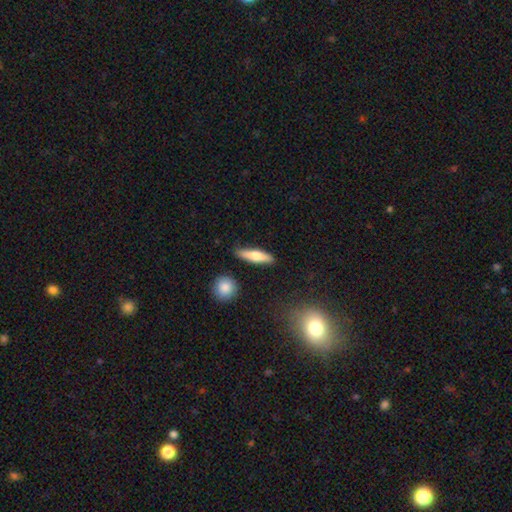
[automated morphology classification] Q: Smooth or featured?
A: smooth (61%); runner-up: featured or disk (33%)
Q: How rounded?
A: cigar-shaped (72%); runner-up: in between (25%)
Q: Merging?
A: none (86%); runner-up: minor disturbance (9%)